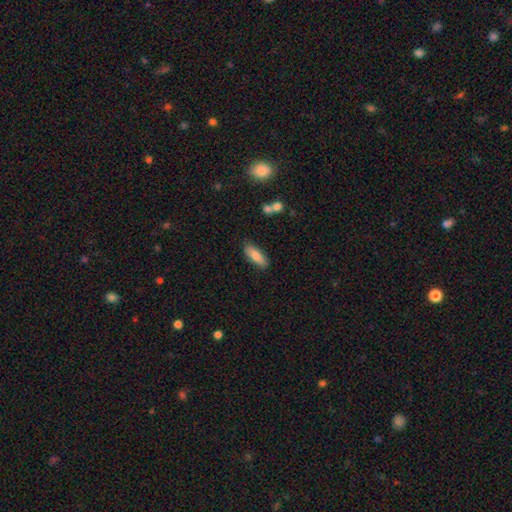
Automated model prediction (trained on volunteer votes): A smooth galaxy with no disk features (82%) that is in between round and cigar-shaped (61%).

Vote fractions:
- Smooth or featured? smooth: 82% / featured or disk: 12% / star or artifact: 6%
- How rounded? in between: 61% / cigar-shaped: 37% / round: 2%
- Merging? none: 83% / minor disturbance: 12% / merger: 3% / major disturbance: 2%